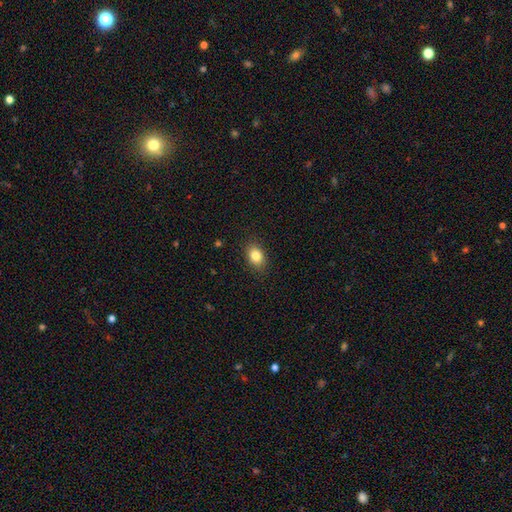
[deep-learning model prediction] This appears to be a smooth galaxy with no disk features (84%) that is in between round and cigar-shaped (72%). Merging: none (87%).